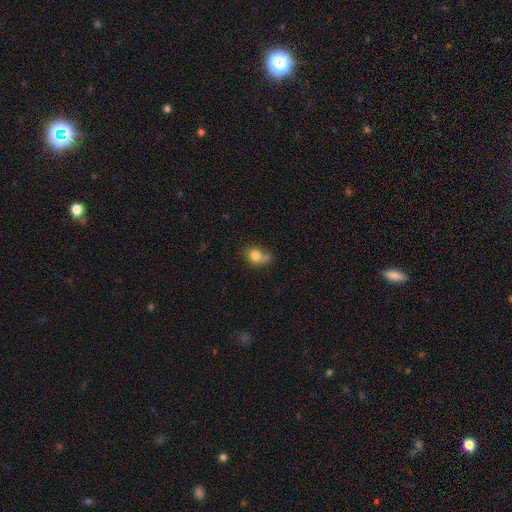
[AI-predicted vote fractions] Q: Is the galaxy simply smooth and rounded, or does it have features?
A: smooth — 79%.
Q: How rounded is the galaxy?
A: round — 55%.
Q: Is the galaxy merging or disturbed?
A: none — 39%.